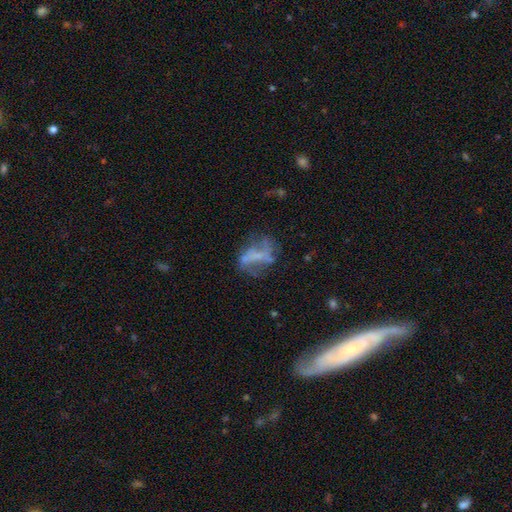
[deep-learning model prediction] A featured or disk galaxy (60%) with no bar (56%), no spiral arms (67%) and no central bulge (65%). Merging: none (45%).